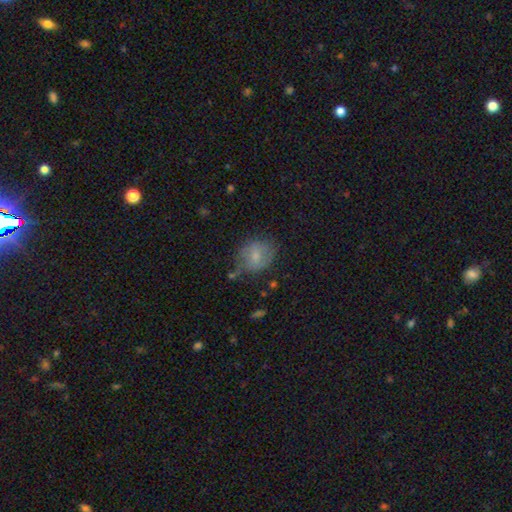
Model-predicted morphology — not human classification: The model was most divided on "how rounded": round: 56%, in between: 43%, cigar-shaped: 1%. More confident: smooth or featured — smooth (61%); merging — none (56%).